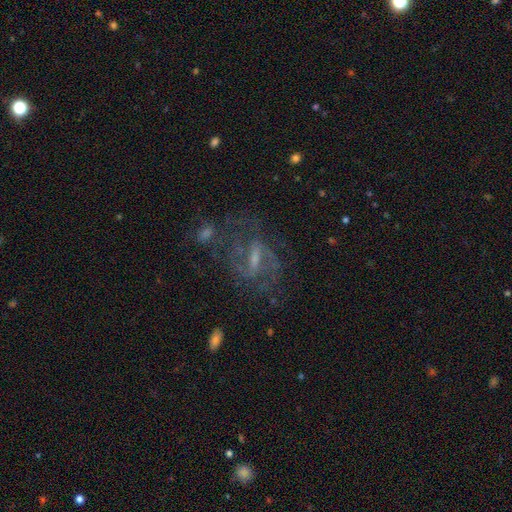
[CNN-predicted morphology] featured or disk 71%, star or artifact 15%, smooth 14%. Down the decision tree: edge-on disk — no (93%); bar — weak (46%); spiral arms — yes (80%); spiral arm count — 2 (58%); spiral winding — medium (48%); bulge size — small (42%); merging — none (58%).